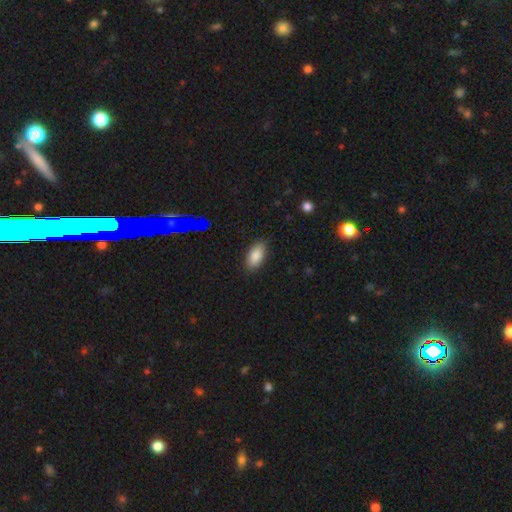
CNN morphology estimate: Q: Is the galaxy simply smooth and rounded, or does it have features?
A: smooth — 85%.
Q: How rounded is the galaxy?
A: in between — 90%.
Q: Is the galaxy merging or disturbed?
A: none — 87%.